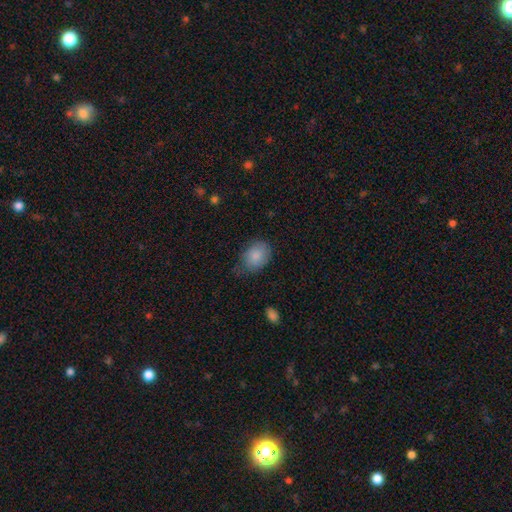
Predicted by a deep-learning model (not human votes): smooth_or_featured: smooth (p=0.85) [alt: featured or disk p=0.08]
how_rounded: in between (p=0.72) [alt: round p=0.27]
merging: none (p=0.62) [alt: minor disturbance p=0.29]